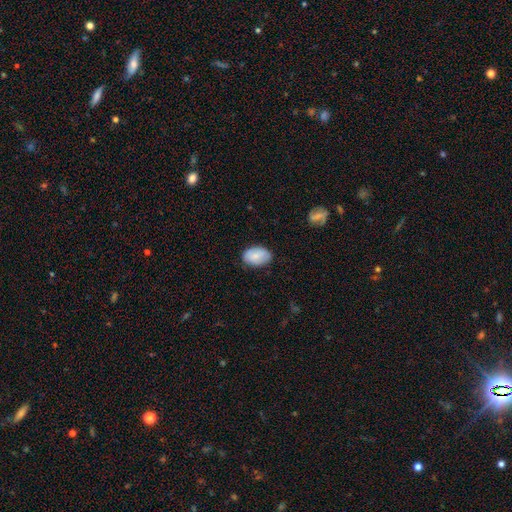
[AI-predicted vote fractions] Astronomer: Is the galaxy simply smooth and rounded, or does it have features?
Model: smooth — 80%.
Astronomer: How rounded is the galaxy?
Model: in between — 88%.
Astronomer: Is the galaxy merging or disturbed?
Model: none — 77%.